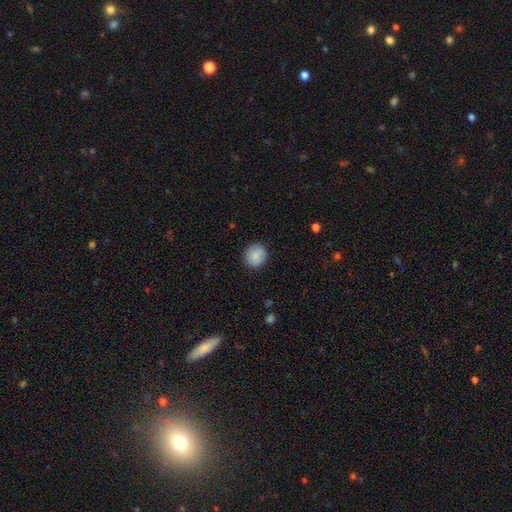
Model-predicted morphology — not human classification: smooth-or-featured: smooth: 87% | star or artifact: 7% | featured or disk: 6%
  how-rounded: round: 86% | in between: 13% | cigar-shaped: 1%
  merging: none: 88% | minor disturbance: 9% | major disturbance: 2% | merger: 1%